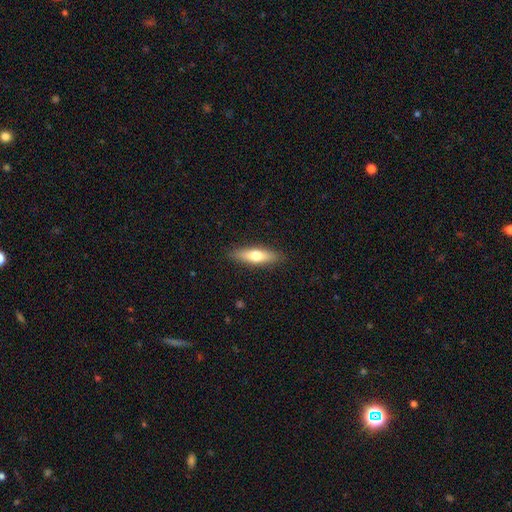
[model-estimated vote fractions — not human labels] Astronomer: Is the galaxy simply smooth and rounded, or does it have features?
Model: smooth — 62%.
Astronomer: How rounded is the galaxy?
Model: cigar-shaped — 61% (runner-up: in between, 37%).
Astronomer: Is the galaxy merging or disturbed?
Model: none — 89%.